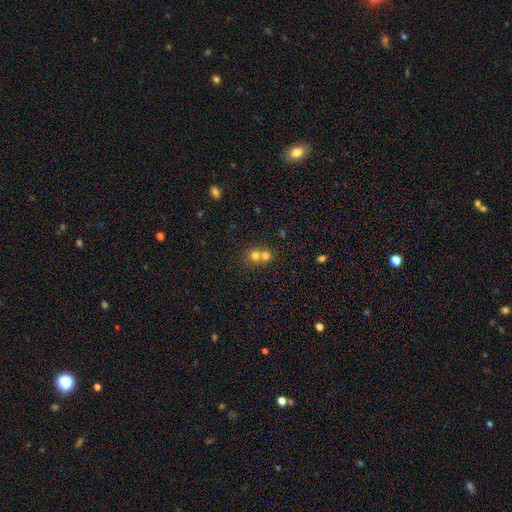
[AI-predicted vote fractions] Smooth or featured: smooth — 72% (featured or disk — 14%)
How rounded: round — 81% (in between — 18%)
Merging: merger — 59% (none — 34%)